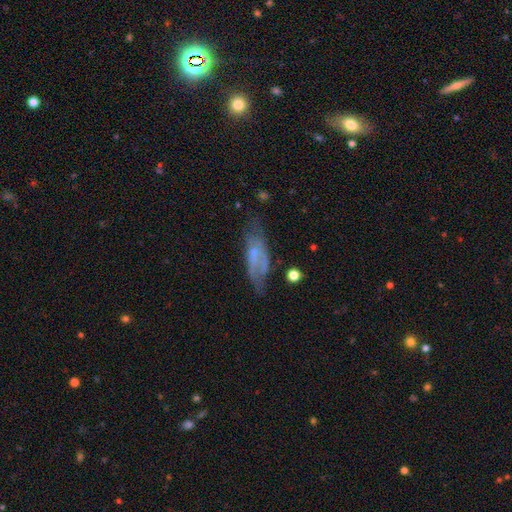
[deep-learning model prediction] Smooth or featured?
  - featured or disk: 56% *
  - smooth: 34%
  - star or artifact: 10%
Edge-on disk?
  - no: 81% *
  - yes: 19%
Merging?
  - none: 47% *
  - minor disturbance: 27%
  - major disturbance: 21%
  - merger: 5%